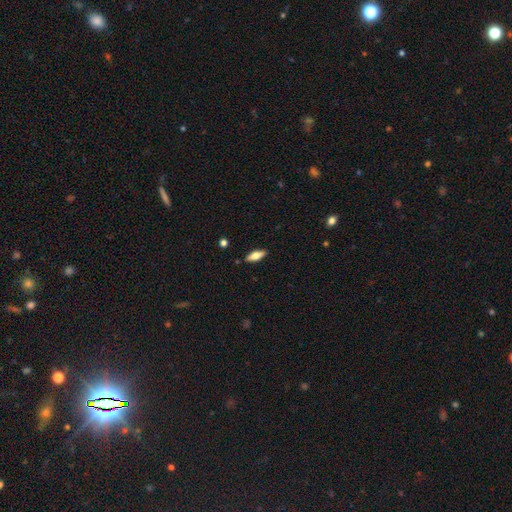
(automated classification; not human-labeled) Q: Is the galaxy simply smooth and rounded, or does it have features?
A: smooth — 62%.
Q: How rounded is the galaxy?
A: in between — 65%.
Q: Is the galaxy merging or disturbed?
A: none — 88%.